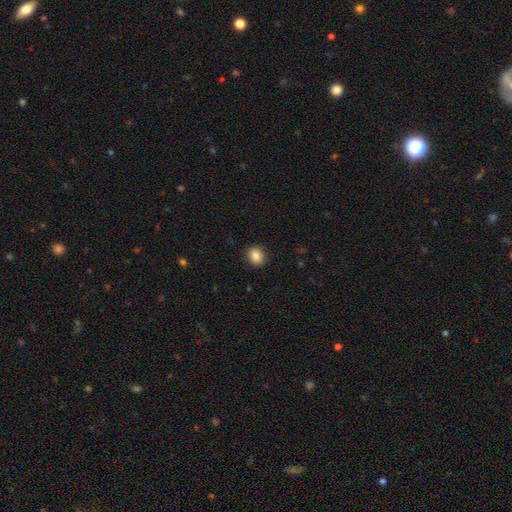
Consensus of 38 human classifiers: Smooth or featured? smooth (82%)
How rounded? round (55%)
Merging? none (86%)